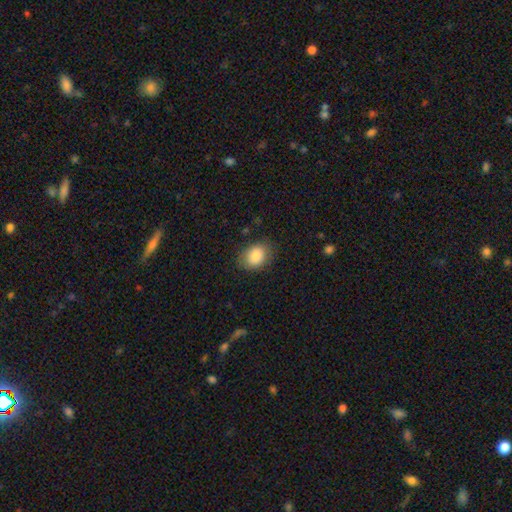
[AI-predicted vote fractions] smooth-or-featured: smooth: 86% | star or artifact: 7% | featured or disk: 7%
  how-rounded: in between: 70% | round: 29% | cigar-shaped: 1%
  merging: none: 80% | minor disturbance: 15% | major disturbance: 4% | merger: 1%